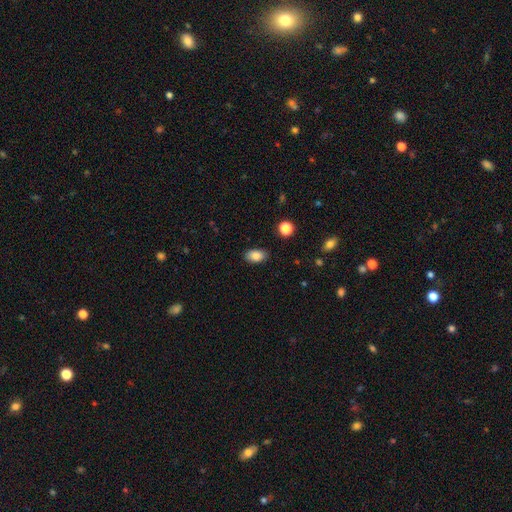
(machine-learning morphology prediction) smooth 84%, star or artifact 9%, featured or disk 7%. Down the decision tree: how rounded — in between (90%); merging — none (87%).